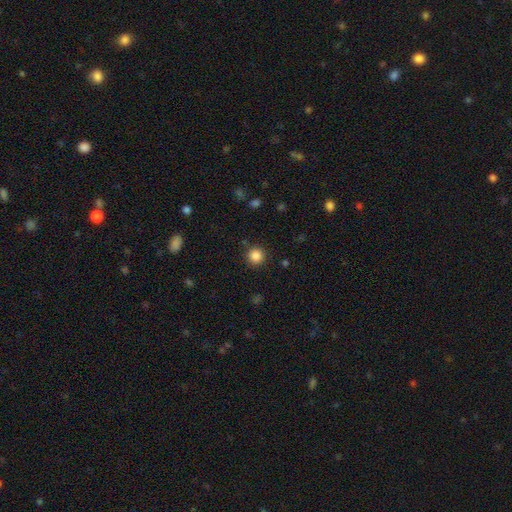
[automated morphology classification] Overall: smooth (86%). How rounded: round (95%). Merging: none (90%).